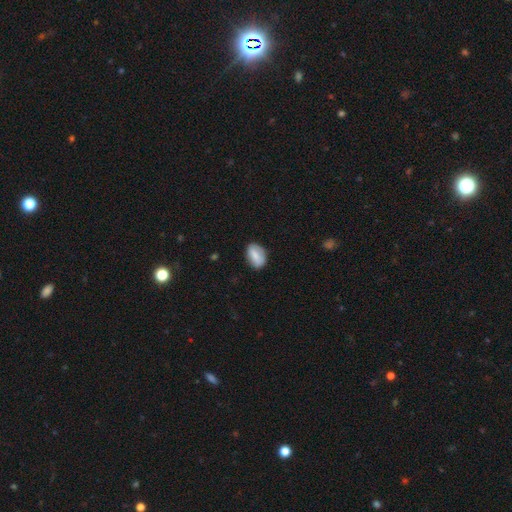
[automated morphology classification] Smooth or featured? Predicted: smooth (p=0.75). How rounded? Predicted: in between (p=0.87). Merging? Predicted: none (p=0.81).